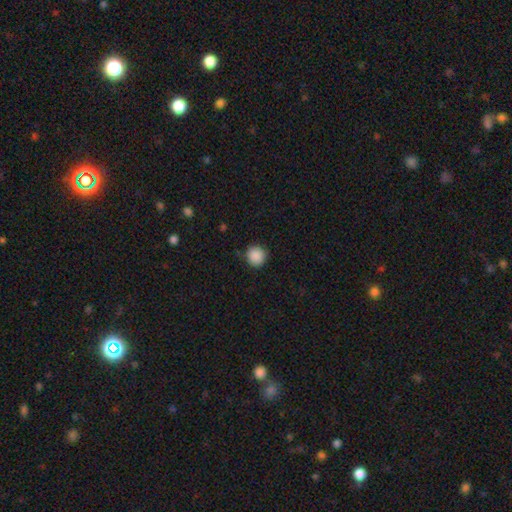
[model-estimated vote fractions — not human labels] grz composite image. It shows a smooth galaxy with no disk features (89%) that is round (94%). Merging: none (89%).